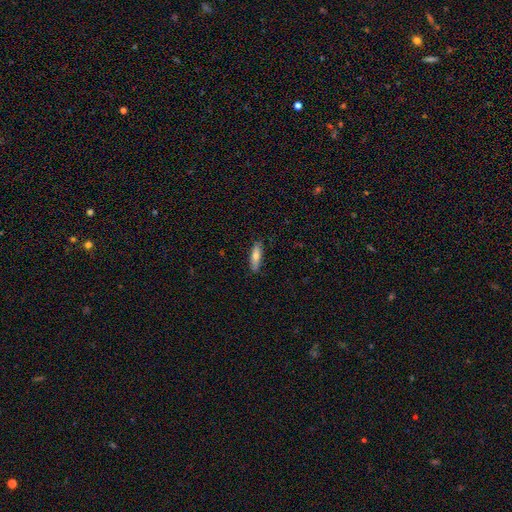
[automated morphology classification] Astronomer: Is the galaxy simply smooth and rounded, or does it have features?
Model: smooth — 72%.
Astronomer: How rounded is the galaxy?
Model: cigar-shaped — 55% (runner-up: in between, 43%).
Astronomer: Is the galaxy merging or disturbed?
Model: none — 84%.